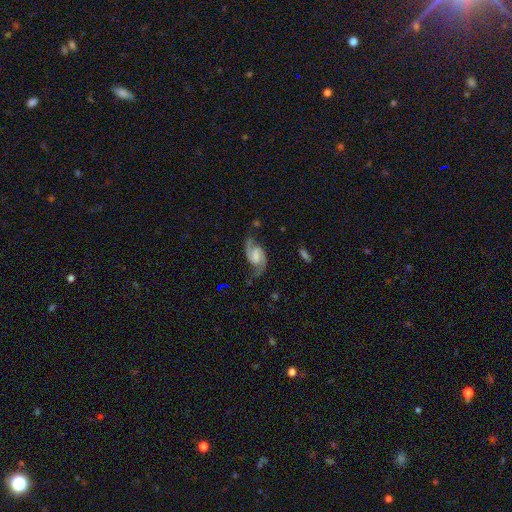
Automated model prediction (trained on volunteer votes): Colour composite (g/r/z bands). It shows a featured or disk galaxy (90%) with a weak bar (50%), 2 (94%) medium (56%) spiral arms (98%) and a small central bulge (35%). Merging: none (75%).